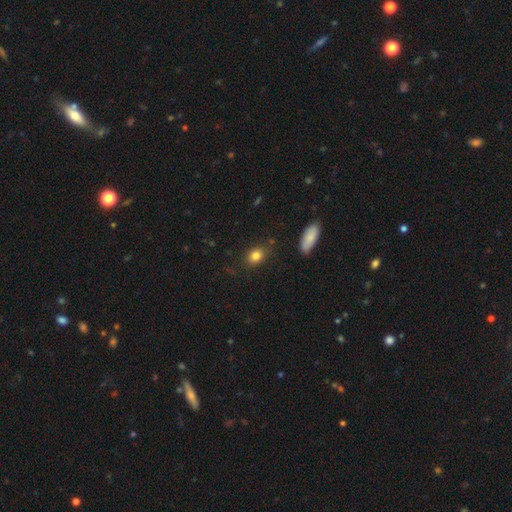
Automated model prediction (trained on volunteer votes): Q: Smooth or featured?
A: smooth (83%); runner-up: star or artifact (10%)
Q: How rounded?
A: in between (59%); runner-up: round (39%)
Q: Merging?
A: none (82%); runner-up: minor disturbance (12%)